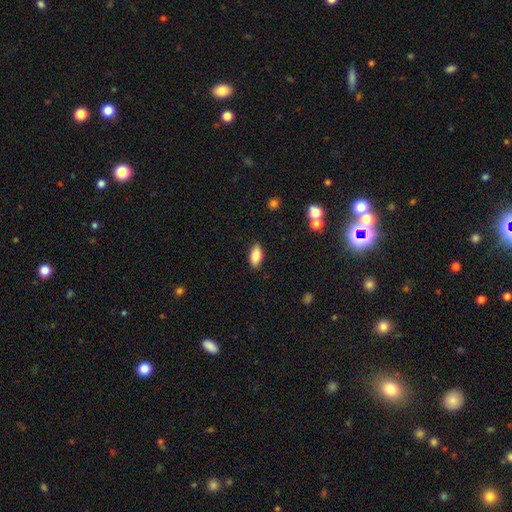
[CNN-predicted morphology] Smooth or featured? Predicted: smooth (p=0.83). How rounded? Predicted: in between (p=0.90). Merging? Predicted: none (p=0.86).